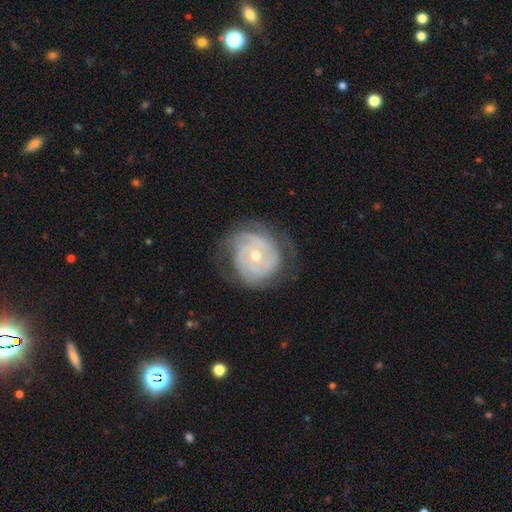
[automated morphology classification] This appears to be a featured or disk galaxy (82%) with no bar (78%), tight (72%) spiral arms (91%) and a small central bulge (52%). Merging: none (67%).